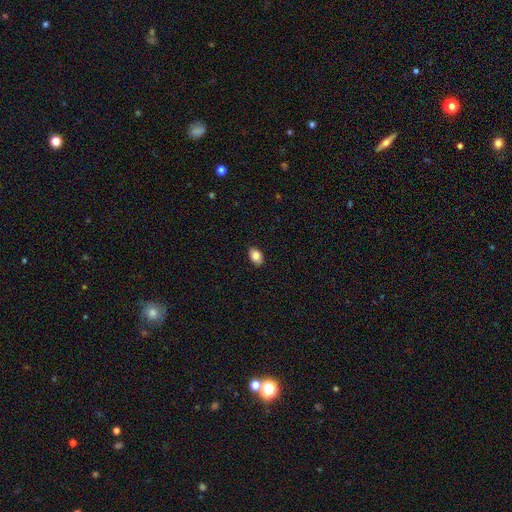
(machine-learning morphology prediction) type=smooth (86%); roundness=in between (85%); merging=none (89%).